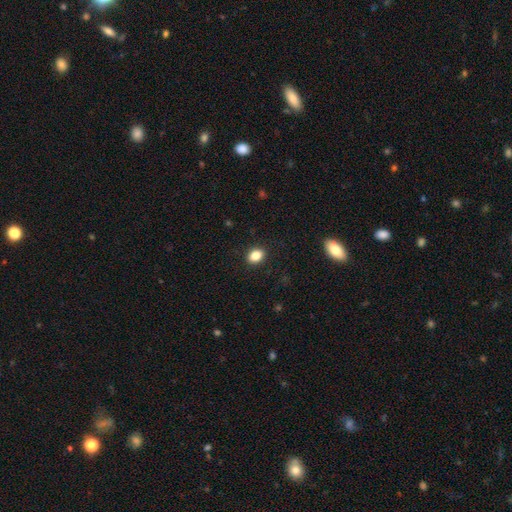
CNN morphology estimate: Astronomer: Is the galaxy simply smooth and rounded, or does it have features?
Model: smooth — 84%.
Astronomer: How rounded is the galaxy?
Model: in between — 66%.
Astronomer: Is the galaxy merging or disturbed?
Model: none — 90%.